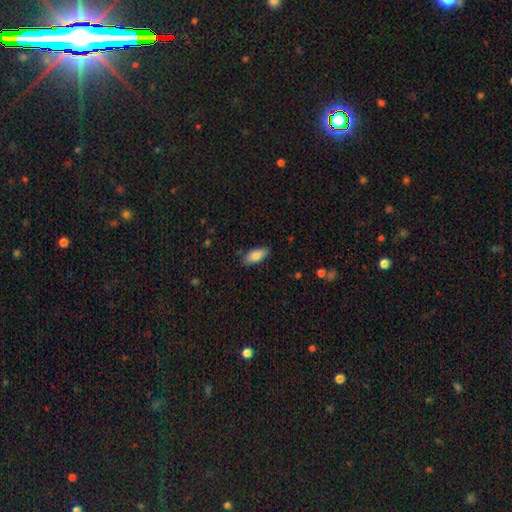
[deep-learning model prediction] Overall: smooth (85%). How rounded: in between (85%). Merging: none (84%).